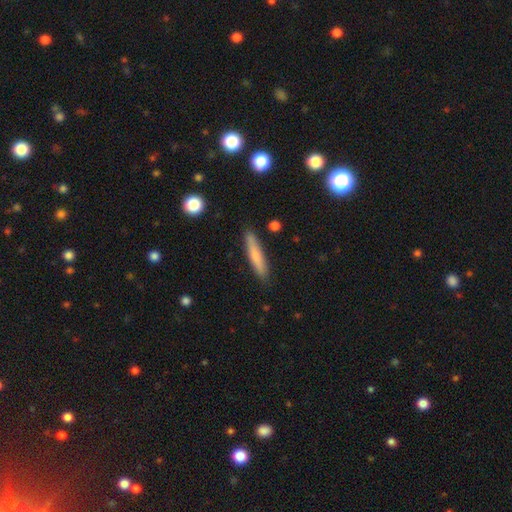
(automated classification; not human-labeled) smooth 72%, featured or disk 22%, star or artifact 6%. Down the decision tree: how rounded — cigar-shaped (90%); merging — none (87%).